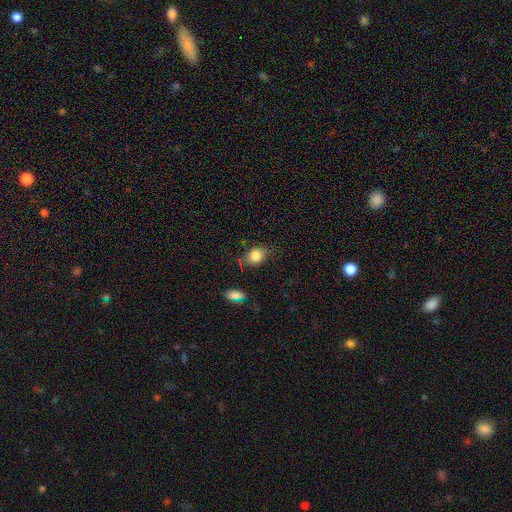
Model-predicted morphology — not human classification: This appears to be a smooth galaxy with no disk features (82%) that is in between round and cigar-shaped (58%). Merging: none (64%).